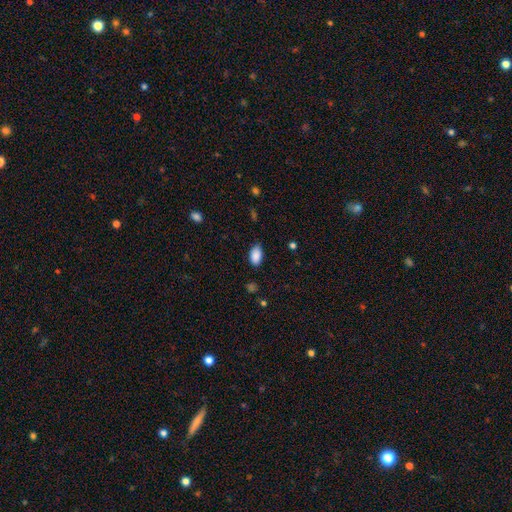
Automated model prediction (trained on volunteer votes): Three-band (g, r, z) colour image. It shows a smooth galaxy with no disk features (88%) that is in between round and cigar-shaped (93%). Merging: none (74%).